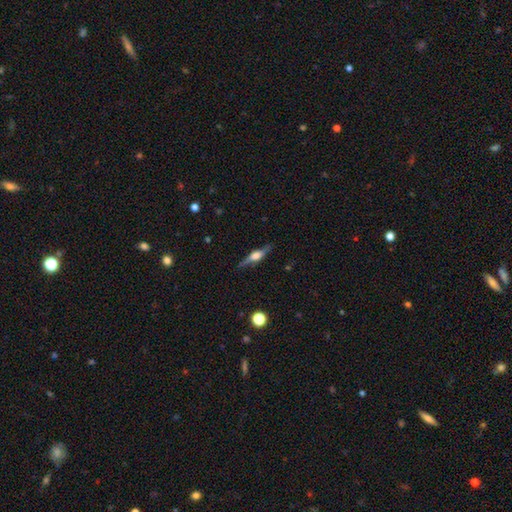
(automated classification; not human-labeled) A featured or disk galaxy (72%) viewed edge-on (96%) with a rounded central bulge (83%).

Vote fractions:
- Smooth or featured? featured or disk: 72% / smooth: 21% / star or artifact: 7%
- Edge-on disk? yes: 96% / no: 4%
- Edge-on bulge? rounded: 83% / boxy: 15% / none: 2%
- Merging? none: 83% / minor disturbance: 12% / major disturbance: 3% / merger: 1%